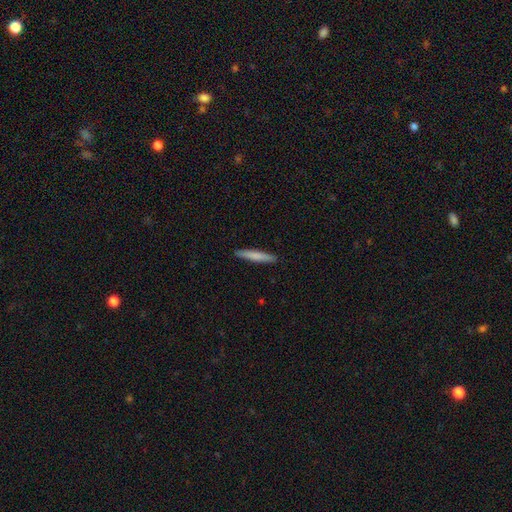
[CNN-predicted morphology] Smooth or featured?
  - smooth: 75% *
  - featured or disk: 20%
  - star or artifact: 5%
How rounded?
  - cigar-shaped: 94% *
  - in between: 4%
  - round: 1%
Merging?
  - none: 91% *
  - minor disturbance: 6%
  - major disturbance: 1%
  - merger: 1%